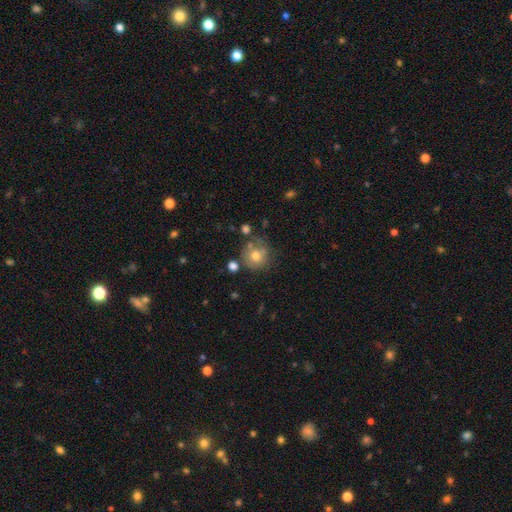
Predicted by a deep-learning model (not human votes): Smooth or featured?
  - smooth: 72% *
  - featured or disk: 18%
  - star or artifact: 11%
How rounded?
  - round: 90% *
  - in between: 9%
  - cigar-shaped: 1%
Merging?
  - none: 63% *
  - minor disturbance: 18%
  - merger: 12%
  - major disturbance: 7%